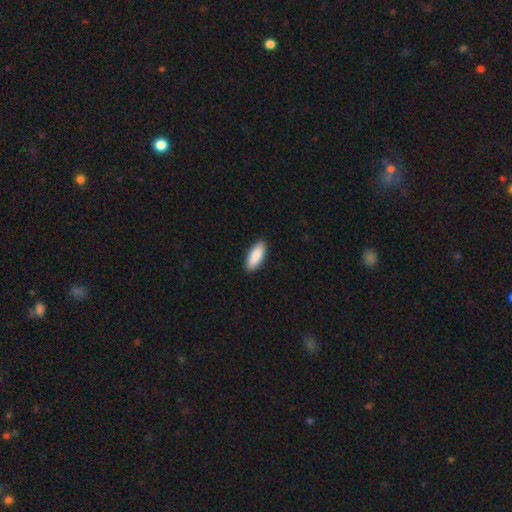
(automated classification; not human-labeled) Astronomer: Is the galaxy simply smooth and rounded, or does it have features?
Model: smooth — 89%.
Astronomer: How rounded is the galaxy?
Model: in between — 77%.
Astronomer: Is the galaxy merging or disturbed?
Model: none — 91%.